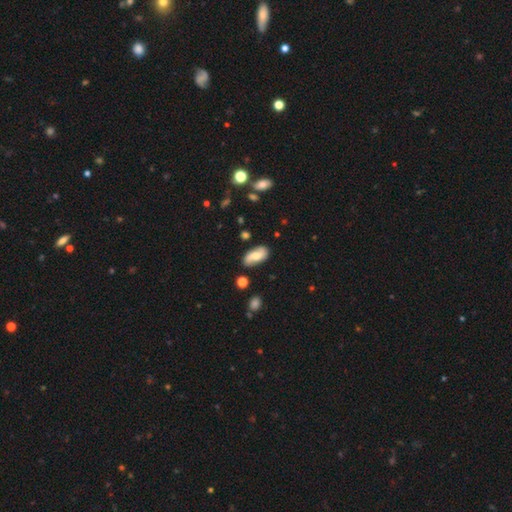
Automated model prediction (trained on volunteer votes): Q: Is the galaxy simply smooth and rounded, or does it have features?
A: smooth — 48%.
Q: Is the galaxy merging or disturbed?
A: none — 75%.